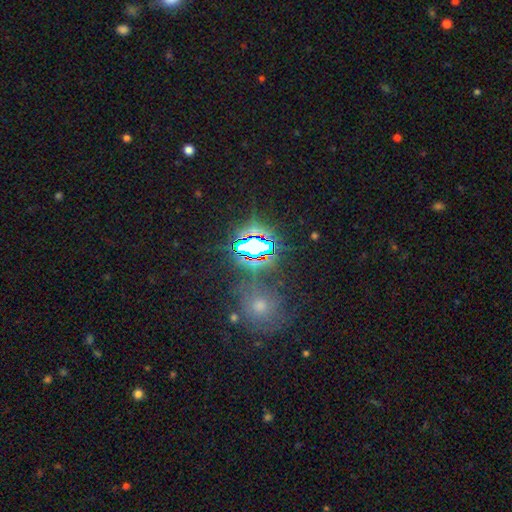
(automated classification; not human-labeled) smooth_or_featured: star or artifact (p=0.66) [alt: smooth p=0.23]